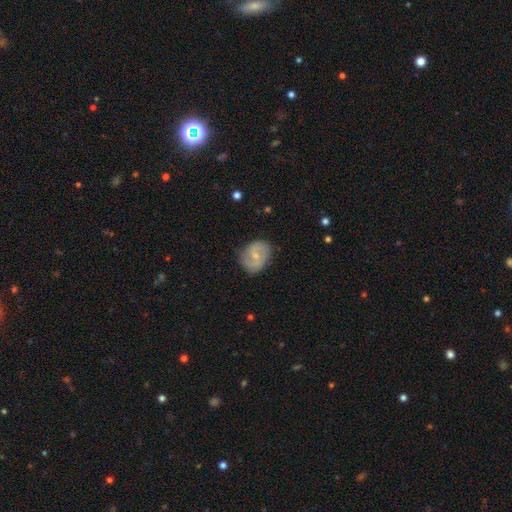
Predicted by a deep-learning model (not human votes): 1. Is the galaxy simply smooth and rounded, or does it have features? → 61% featured or disk, 32% smooth, 7% star or artifact.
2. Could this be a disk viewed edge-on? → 97% no, 3% yes.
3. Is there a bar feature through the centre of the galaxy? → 46% weak (tied), 46% no (tied), 9% strong.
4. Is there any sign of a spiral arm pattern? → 84% yes, 16% no.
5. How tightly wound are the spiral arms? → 45% medium, 31% tight, 24% loose.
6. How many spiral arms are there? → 74% 2, 16% can't tell, 4% 3, 3% 1, 1% 4, 1% more than 4.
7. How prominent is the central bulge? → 61% small, 33% moderate, 4% none, 1% large, 1% dominant.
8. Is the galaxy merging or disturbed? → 73% none, 20% minor disturbance, 6% major disturbance, 1% merger.